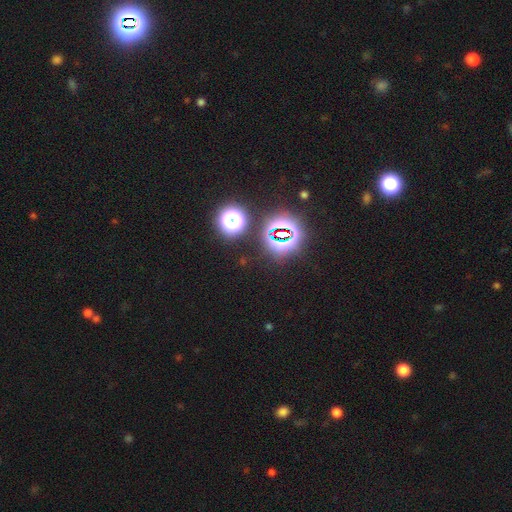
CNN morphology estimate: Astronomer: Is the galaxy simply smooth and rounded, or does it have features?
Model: star or artifact — 82%.